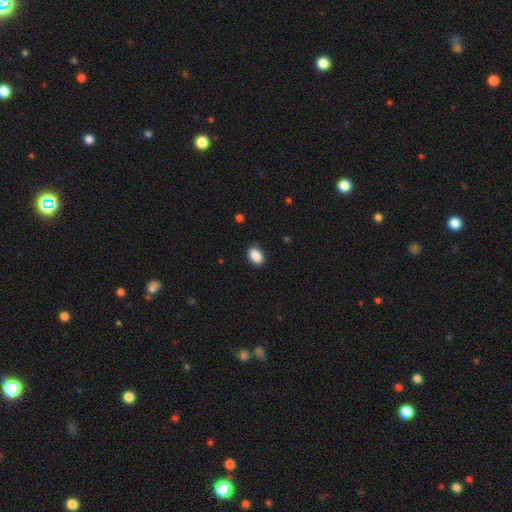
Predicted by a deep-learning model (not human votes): smooth_or_featured: smooth (p=0.89) [alt: star or artifact p=0.07]
how_rounded: in between (p=0.83) [alt: round p=0.16]
merging: none (p=0.89) [alt: minor disturbance p=0.08]